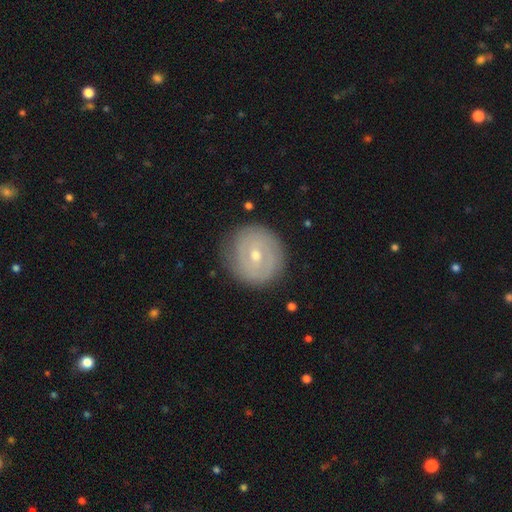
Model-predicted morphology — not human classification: A featured or disk galaxy (71%) with no bar (48%), 2 (45%) tight (73%) spiral arms (81%) and a moderate central bulge (51%).

Vote fractions:
- Smooth or featured? featured or disk: 71% / smooth: 22% / star or artifact: 7%
- Edge-on disk? no: 97% / yes: 3%
- Bar? no: 48% / weak: 42% / strong: 10%
- Spiral arms? yes: 81% / no: 19%
- Spiral winding? tight: 73% / medium: 20% / loose: 7%
- Spiral arm count? 2: 45% / can't tell: 34% / 3: 10% / 1: 5% / 4: 4% / more than 4: 3%
- Bulge size? moderate: 51% / small: 46% / large: 1% / none: 1% / dominant: 1%
- Merging? none: 83% / minor disturbance: 12% / major disturbance: 4% / merger: 1%